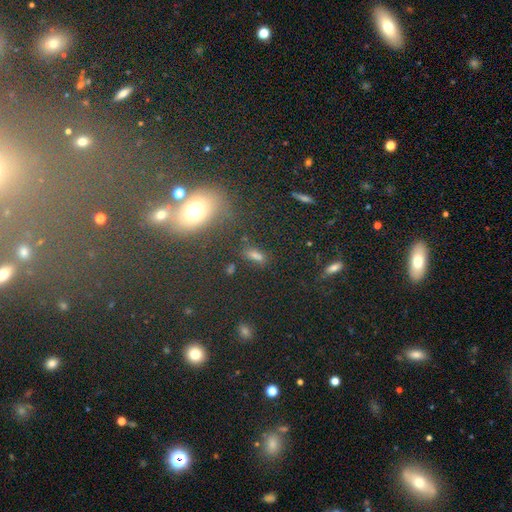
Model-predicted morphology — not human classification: Smooth or featured: smooth — 59% (star or artifact — 26%)
How rounded: in between — 70% (round — 21%)
Merging: none — 66% (minor disturbance — 13%)